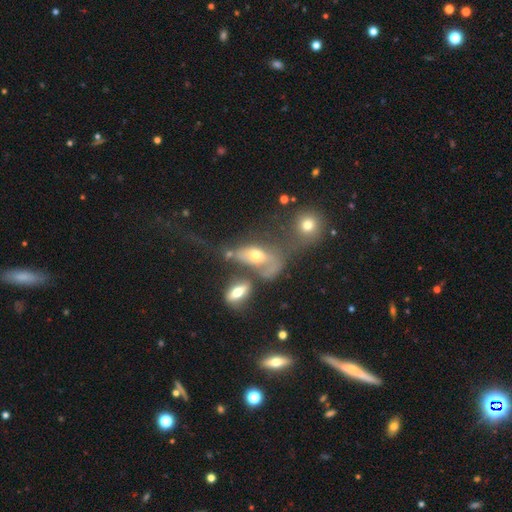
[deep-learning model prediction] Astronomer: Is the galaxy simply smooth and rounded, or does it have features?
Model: featured or disk — 46% (runner-up: smooth, 40%).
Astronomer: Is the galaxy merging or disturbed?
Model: merger — 42% (runner-up: major disturbance, 28%).